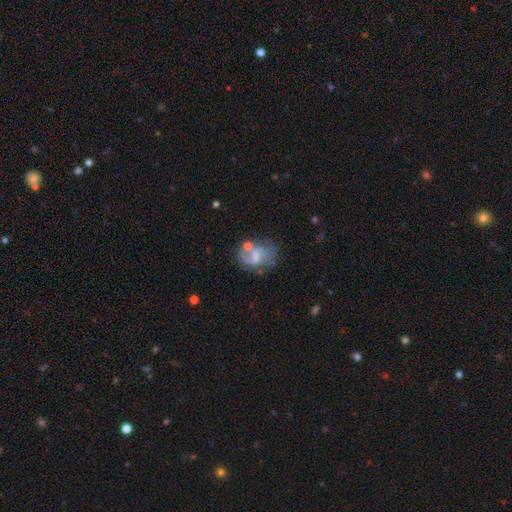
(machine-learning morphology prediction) The model was most divided on "bar": weak: 47%, no: 41%, strong: 12%. Remaining: edge-on disk — no (98%); spiral arms — yes (71%); smooth or featured — featured or disk (66%); merging — none (42%); bulge size — small (41%).